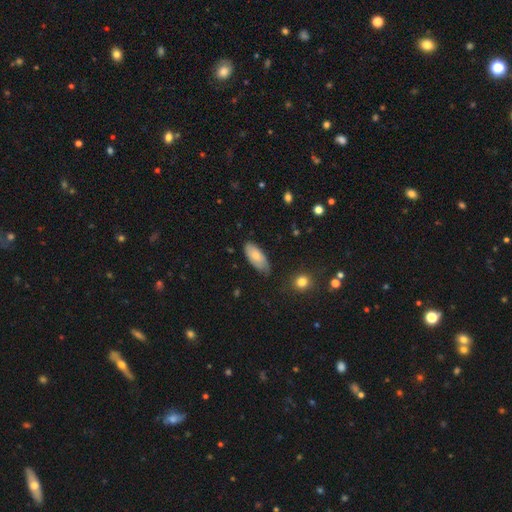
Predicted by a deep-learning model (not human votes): A smooth galaxy with no disk features (71%) that is in between round and cigar-shaped (88%).

Vote fractions:
- Smooth or featured? smooth: 71% / featured or disk: 22% / star or artifact: 6%
- How rounded? in between: 88% / cigar-shaped: 10% / round: 2%
- Merging? none: 67% / minor disturbance: 27% / major disturbance: 5% / merger: 2%